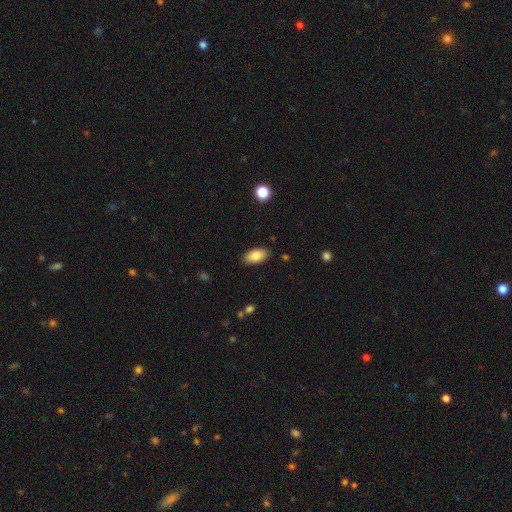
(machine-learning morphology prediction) This is clearly a smooth galaxy (83%). How rounded: clearly in between (93%). Merging: clearly none (87%).